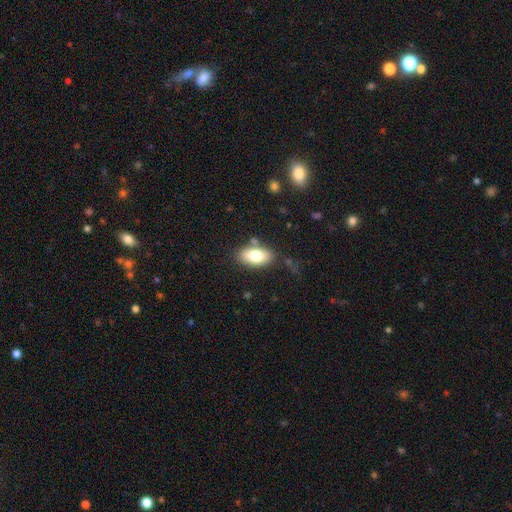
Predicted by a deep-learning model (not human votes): Smooth or featured?
  - smooth: 76% *
  - featured or disk: 17%
  - star or artifact: 7%
How rounded?
  - in between: 91% *
  - round: 5%
  - cigar-shaped: 4%
Merging?
  - none: 77% *
  - minor disturbance: 13%
  - merger: 6%
  - major disturbance: 4%